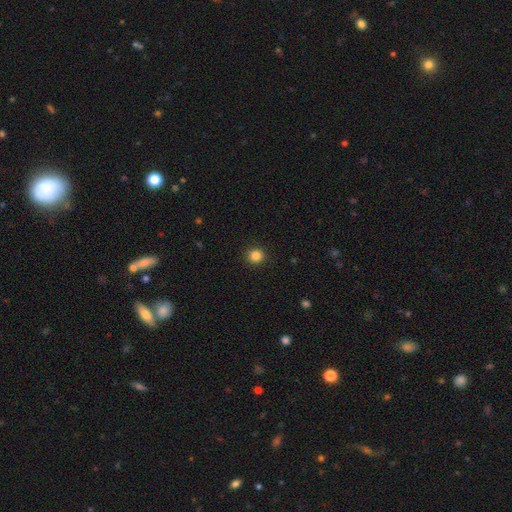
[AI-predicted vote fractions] This is clearly a smooth galaxy (85%). How rounded: clearly round (93%). Merging: clearly none (92%).